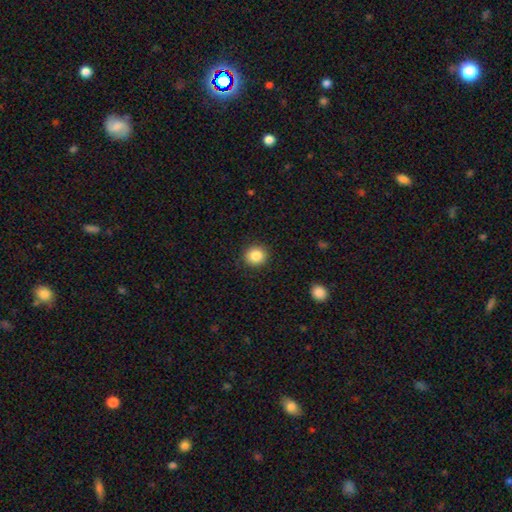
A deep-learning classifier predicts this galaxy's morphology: Smooth or featured: smooth — 86% (star or artifact — 9%)
How rounded: round — 86% (in between — 13%)
Merging: none — 90% (minor disturbance — 7%)